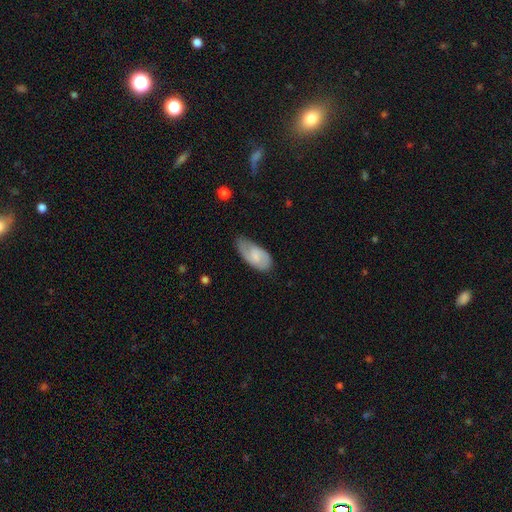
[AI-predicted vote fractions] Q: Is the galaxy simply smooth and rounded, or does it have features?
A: smooth — 61%.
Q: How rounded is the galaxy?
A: in between — 92%.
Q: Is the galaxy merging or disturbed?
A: none — 52%.